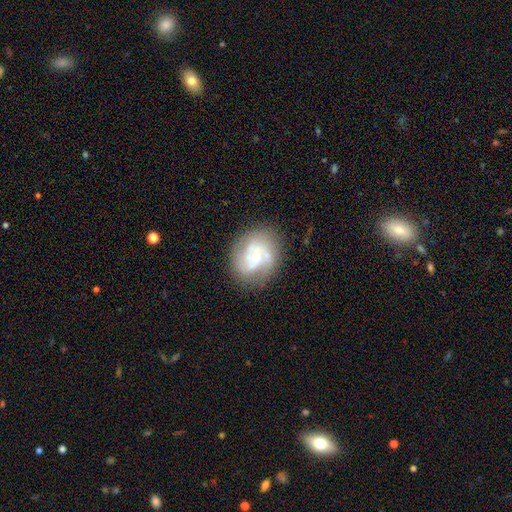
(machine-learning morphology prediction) Smooth or featured? Predicted: featured or disk (p=0.76). Edge-on disk? Predicted: no (p=0.98). Bar? Predicted: no (p=0.59). Spiral arms? Predicted: yes (p=0.93). Spiral winding? Predicted: medium (p=0.47). Spiral arm count? Predicted: 2 (p=0.38). Bulge size? Predicted: small (p=0.70). Merging? Predicted: none (p=0.73).